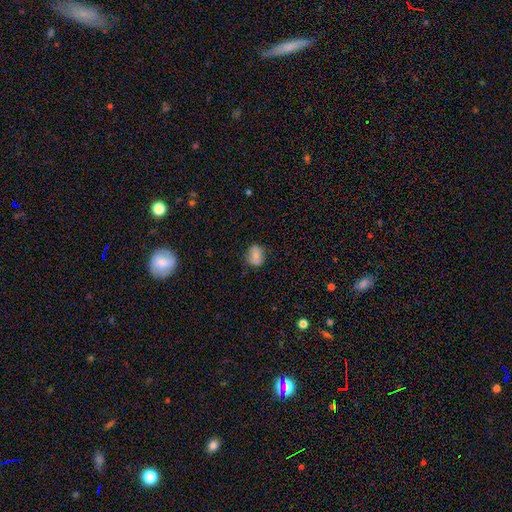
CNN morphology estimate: smooth-or-featured: smooth: 79% | featured or disk: 12% | star or artifact: 9%
  how-rounded: in between: 54% | round: 45% | cigar-shaped: 1%
  merging: none: 78% | minor disturbance: 17% | major disturbance: 4% | merger: 1%